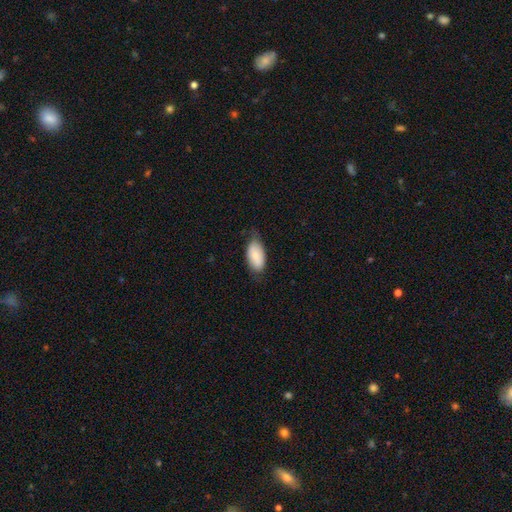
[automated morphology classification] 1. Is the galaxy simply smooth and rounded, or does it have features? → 77% smooth, 16% featured or disk, 6% star or artifact.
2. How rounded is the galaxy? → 94% in between, 3% cigar-shaped, 3% round.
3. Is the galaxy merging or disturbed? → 60% none, 31% minor disturbance, 8% major disturbance, 1% merger.